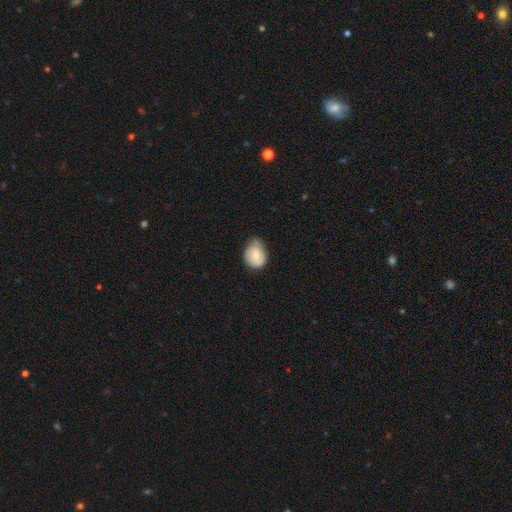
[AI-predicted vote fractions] This is likely a smooth galaxy (69%). How rounded: possibly round (58%). Merging: possibly none (48%).